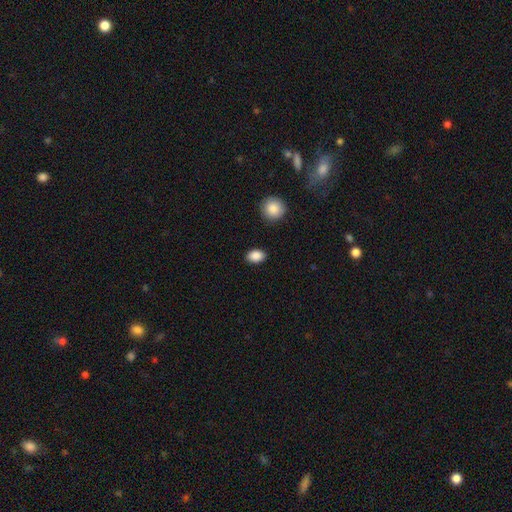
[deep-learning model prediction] smooth 89%, star or artifact 8%, featured or disk 3%. Down the decision tree: how rounded — in between (75%); merging — none (88%).